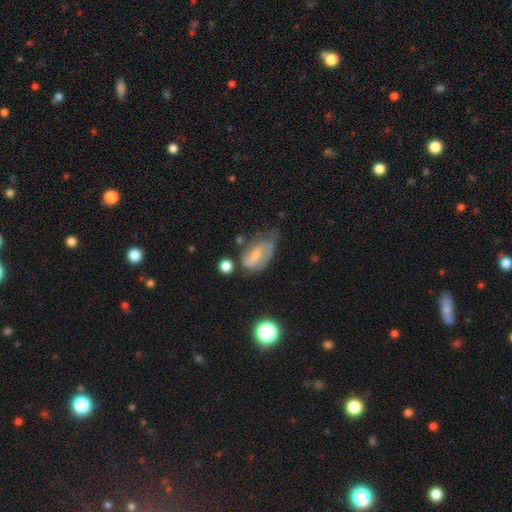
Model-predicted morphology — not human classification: Smooth or featured?
  - featured or disk: 62% *
  - smooth: 29%
  - star or artifact: 9%
Edge-on disk?
  - no: 95% *
  - yes: 5%
Bar?
  - weak: 47% *
  - no: 31%
  - strong: 22%
Spiral arms?
  - yes: 87% *
  - no: 13%
Spiral winding?
  - medium: 45% *
  - tight: 28%
  - loose: 28%
Spiral arm count?
  - 2: 70% *
  - can't tell: 14%
  - 1: 11%
  - 3: 3%
  - 4: 1%
  - more than 4: 1%
Bulge size?
  - small: 45% *
  - none: 28%
  - moderate: 22%
  - large: 3%
  - dominant: 1%
Merging?
  - none: 43% *
  - minor disturbance: 31%
  - major disturbance: 19%
  - merger: 7%